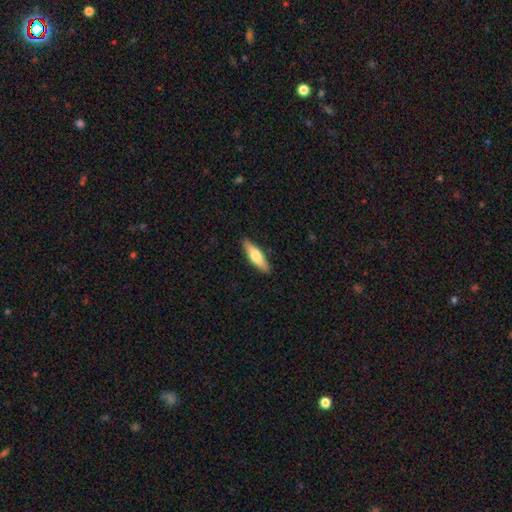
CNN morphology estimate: A smooth galaxy with no disk features (65%) that is cigar-shaped (62%).

Vote fractions:
- Smooth or featured? smooth: 65% / featured or disk: 30% / star or artifact: 5%
- How rounded? cigar-shaped: 62% / in between: 36% / round: 2%
- Merging? none: 89% / minor disturbance: 9% / major disturbance: 2% / merger: 1%